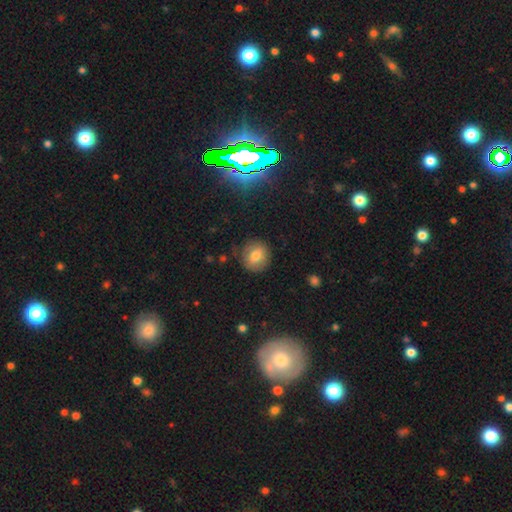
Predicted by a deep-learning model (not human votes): Smooth or featured?
  - smooth: 73% *
  - featured or disk: 18%
  - star or artifact: 10%
How rounded?
  - round: 86% *
  - in between: 13%
  - cigar-shaped: 1%
Merging?
  - none: 83% *
  - minor disturbance: 12%
  - major disturbance: 3%
  - merger: 1%